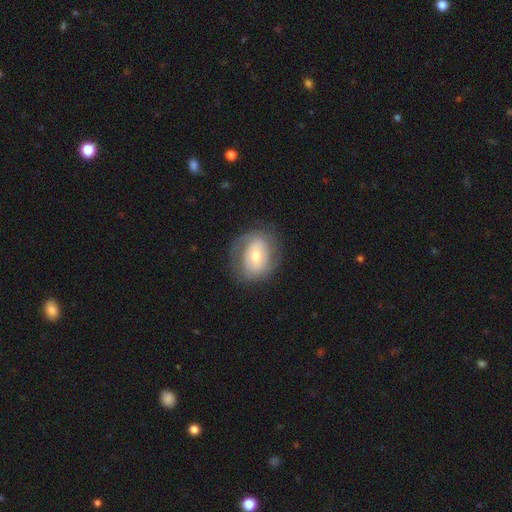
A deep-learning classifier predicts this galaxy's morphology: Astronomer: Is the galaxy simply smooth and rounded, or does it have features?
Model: featured or disk — 51% (runner-up: smooth, 42%).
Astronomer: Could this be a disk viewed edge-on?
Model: no — 95%.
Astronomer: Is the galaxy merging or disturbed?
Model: none — 73%.